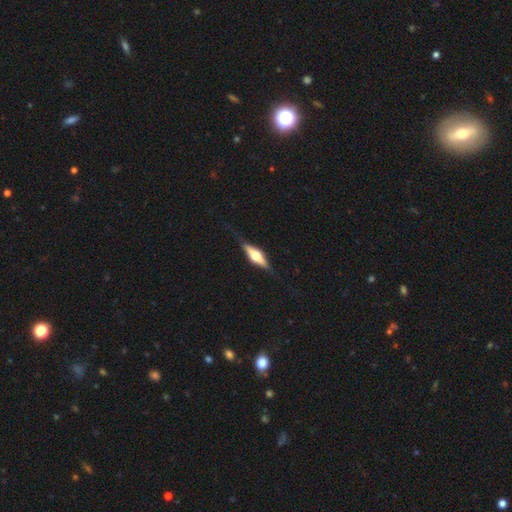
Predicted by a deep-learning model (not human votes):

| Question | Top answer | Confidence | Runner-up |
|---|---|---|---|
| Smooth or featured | featured or disk | 70% | smooth (24%) |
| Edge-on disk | yes | 96% | no (4%) |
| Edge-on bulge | rounded | 92% | boxy (6%) |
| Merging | none | 82% | minor disturbance (13%) |